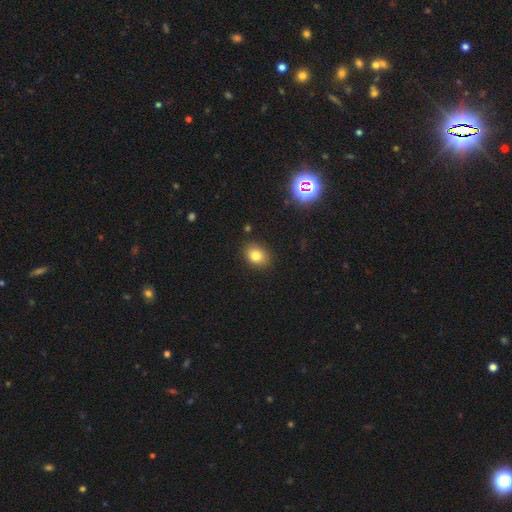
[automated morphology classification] This appears to be a smooth galaxy with no disk features (81%) that is in between round and cigar-shaped (61%). Merging: none (86%).